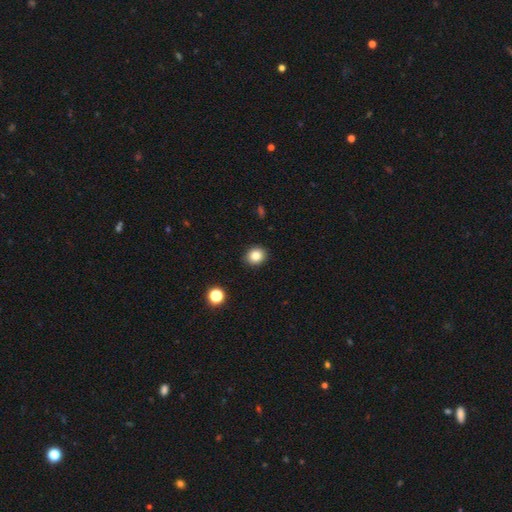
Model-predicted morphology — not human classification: Overall: smooth (84%). How rounded: round (75%). Merging: none (91%).